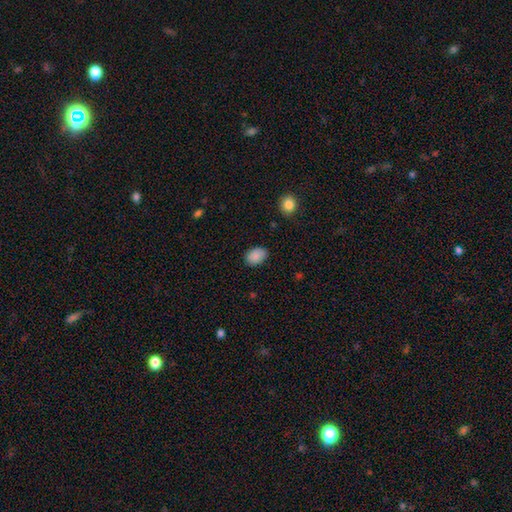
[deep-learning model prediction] smooth_or_featured: smooth (p=0.89) [alt: star or artifact p=0.07]
how_rounded: in between (p=0.85) [alt: round p=0.14]
merging: none (p=0.85) [alt: minor disturbance p=0.12]